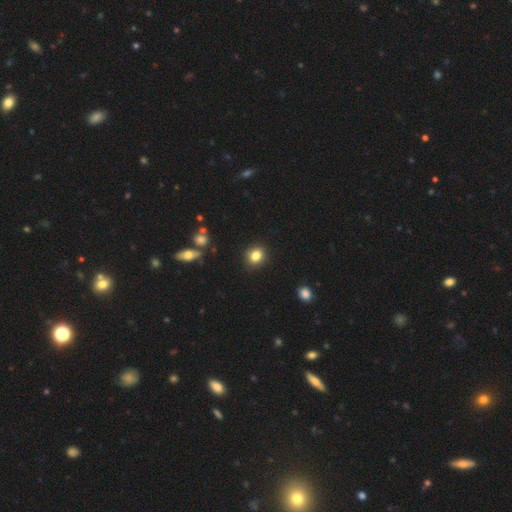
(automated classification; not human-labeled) A smooth galaxy with no disk features (83%) that is round (75%).

Vote fractions:
- Smooth or featured? smooth: 83% / star or artifact: 11% / featured or disk: 6%
- How rounded? round: 75% / in between: 24% / cigar-shaped: 1%
- Merging? none: 88% / minor disturbance: 8% / major disturbance: 2% / merger: 2%